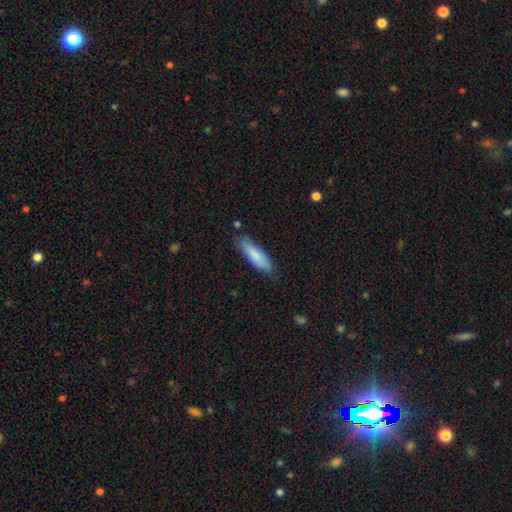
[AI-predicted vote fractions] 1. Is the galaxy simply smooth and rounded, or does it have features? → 79% smooth, 15% featured or disk, 6% star or artifact.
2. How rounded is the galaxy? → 60% cigar-shaped, 39% in between, 1% round.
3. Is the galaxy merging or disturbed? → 75% none, 19% minor disturbance, 3% major disturbance, 2% merger.